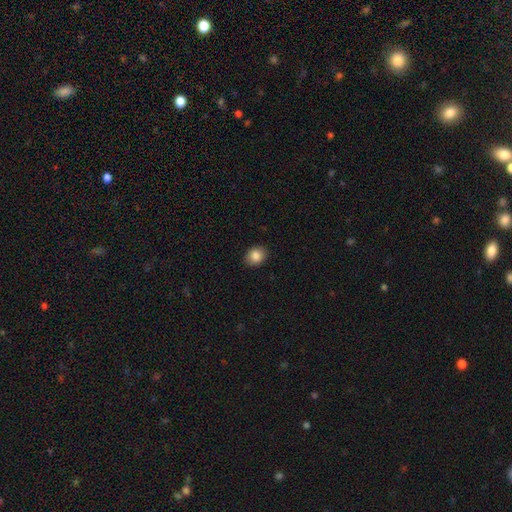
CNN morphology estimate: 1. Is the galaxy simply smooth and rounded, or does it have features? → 86% smooth, 9% star or artifact, 5% featured or disk.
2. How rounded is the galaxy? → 54% in between, 45% round, 1% cigar-shaped.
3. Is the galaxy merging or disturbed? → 89% none, 8% minor disturbance, 2% major disturbance, 1% merger.